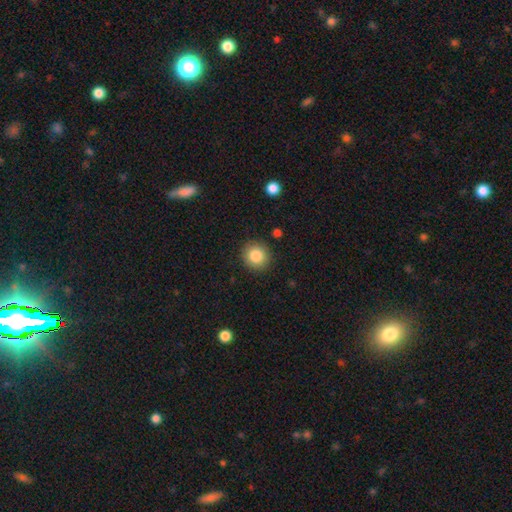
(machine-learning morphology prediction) Smooth or featured: smooth — 86% (star or artifact — 9%)
How rounded: round — 92% (in between — 7%)
Merging: none — 90% (minor disturbance — 7%)